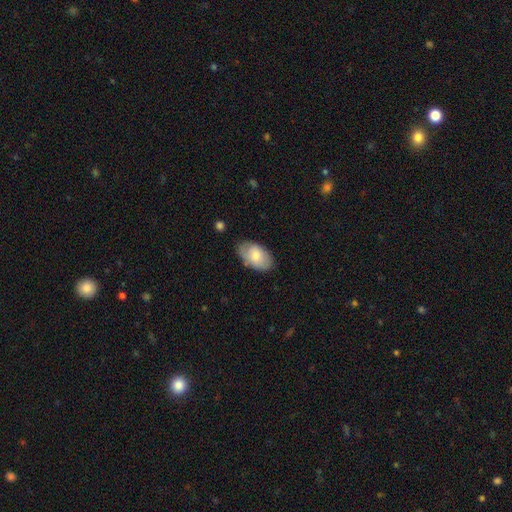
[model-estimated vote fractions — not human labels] Smooth or featured? smooth (71%)
How rounded? in between (93%)
Merging? none (74%)